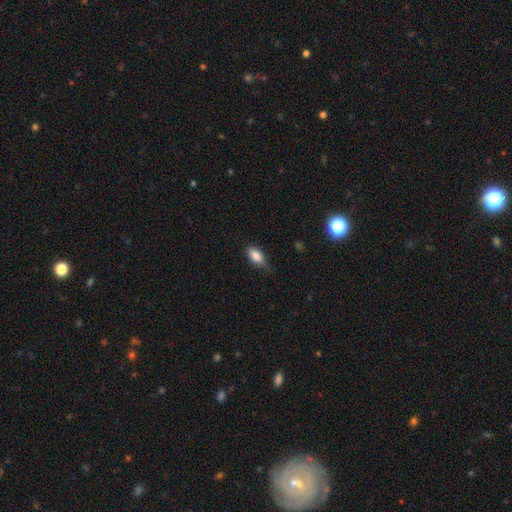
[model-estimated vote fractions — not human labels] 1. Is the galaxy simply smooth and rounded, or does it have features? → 85% smooth, 8% star or artifact, 6% featured or disk.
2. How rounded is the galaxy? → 89% in between, 6% round, 5% cigar-shaped.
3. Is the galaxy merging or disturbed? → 57% none, 34% minor disturbance, 7% major disturbance, 1% merger.